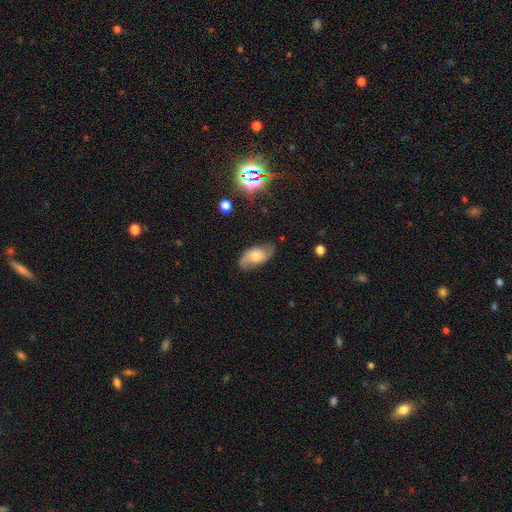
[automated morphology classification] This is possibly a featured or disk galaxy (59%). It is clearly not viewed edge-on (93%). Bar: likely no (67%). Spiral arm pattern: clearly yes (89%). Central bulge: possibly moderate (57%). Merging: likely none (75%).